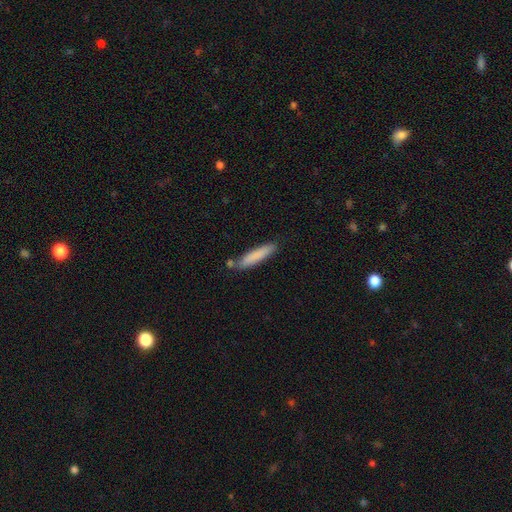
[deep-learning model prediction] A smooth galaxy with no disk features (81%) that is cigar-shaped (88%).

Vote fractions:
- Smooth or featured? smooth: 81% / featured or disk: 13% / star or artifact: 6%
- How rounded? cigar-shaped: 88% / in between: 11% / round: 1%
- Merging? none: 75% / minor disturbance: 14% / merger: 8% / major disturbance: 3%